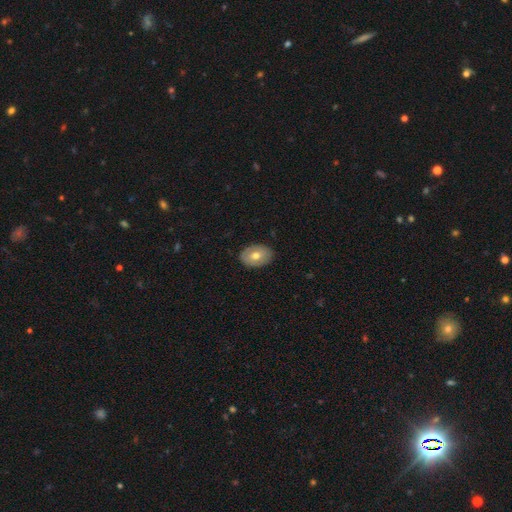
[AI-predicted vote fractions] Smooth or featured: smooth — 65% (featured or disk — 29%)
How rounded: in between — 79% (round — 20%)
Merging: none — 87% (minor disturbance — 10%)